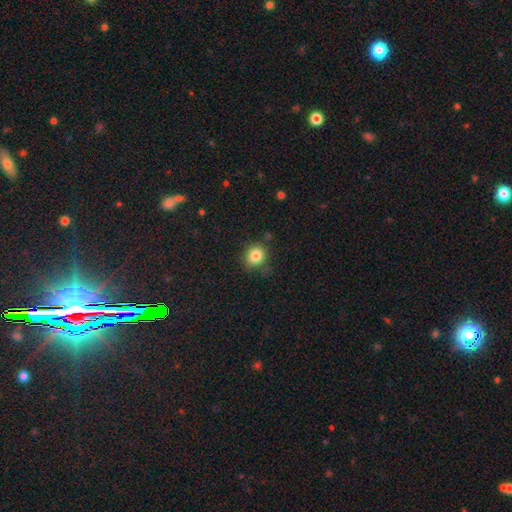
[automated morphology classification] A smooth galaxy with no disk features (84%) that is round (77%). Merging: none (78%).